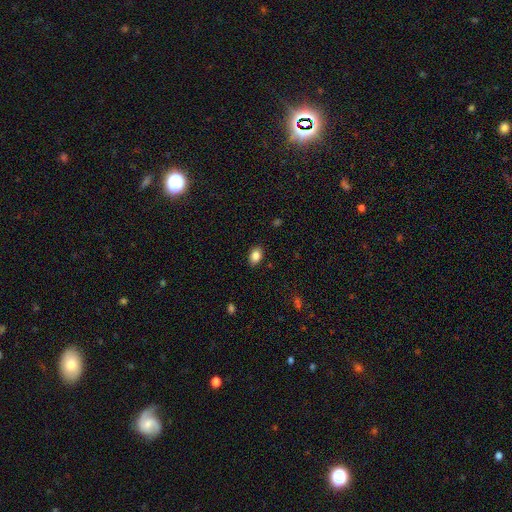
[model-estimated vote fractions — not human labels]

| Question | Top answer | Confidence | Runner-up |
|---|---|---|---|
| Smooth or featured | smooth | 85% | star or artifact (9%) |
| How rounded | in between | 80% | round (19%) |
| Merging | none | 88% | minor disturbance (9%) |